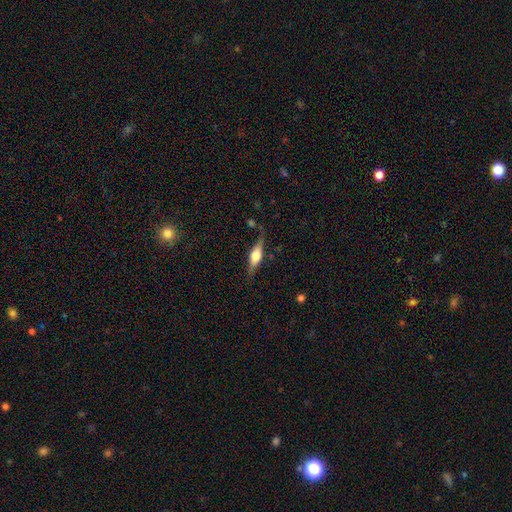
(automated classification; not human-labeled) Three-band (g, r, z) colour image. It shows a featured or disk galaxy (55%) viewed edge-on (93%) with a rounded central bulge (86%). Merging: none (74%).